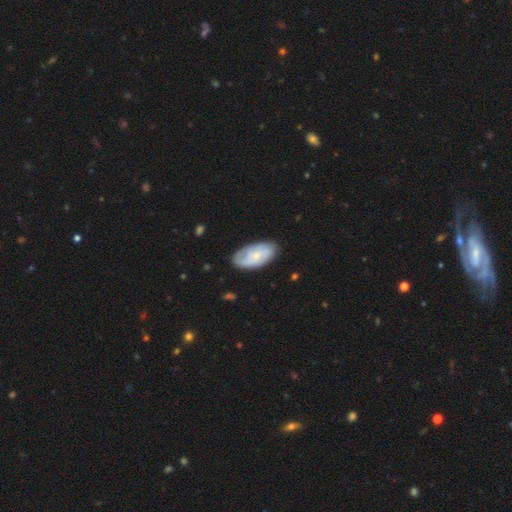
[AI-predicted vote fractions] smooth_or_featured: smooth (p=0.48) [alt: featured or disk p=0.46]
merging: none (p=0.74) [alt: minor disturbance p=0.19]